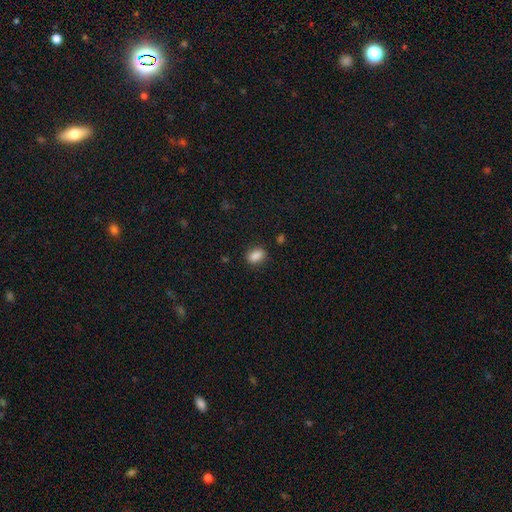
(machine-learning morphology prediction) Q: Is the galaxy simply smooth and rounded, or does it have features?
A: smooth — 87%.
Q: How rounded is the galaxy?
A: in between — 81%.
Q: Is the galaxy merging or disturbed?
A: none — 83%.